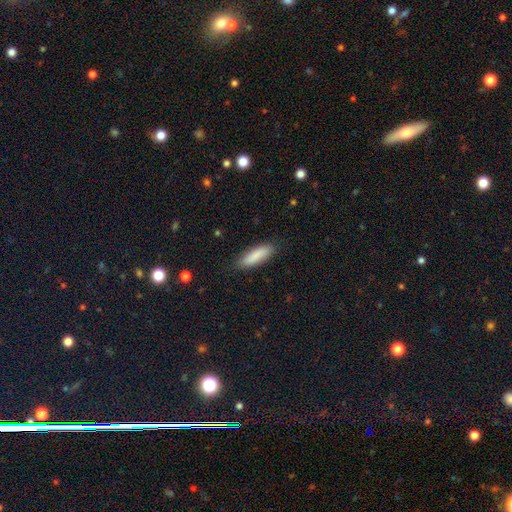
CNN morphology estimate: type=smooth (87%); roundness=cigar-shaped (53%); merging=none (85%).